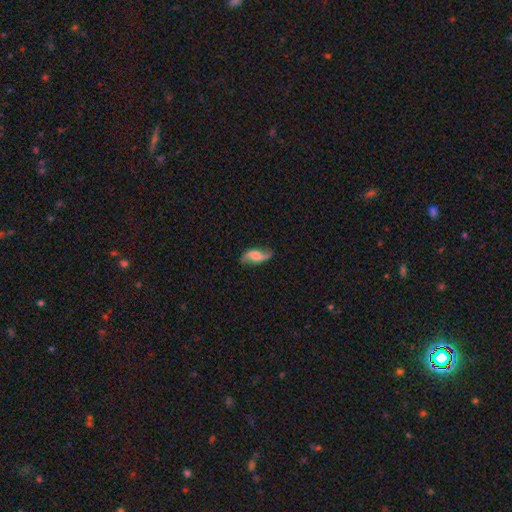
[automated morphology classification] featured or disk 67%, smooth 25%, star or artifact 7%. Down the decision tree: edge-on disk — no (93%); bar — no (49%); spiral arms — yes (93%); spiral arm count — 2 (91%); spiral winding — loose (79%); bulge size — moderate (31%); merging — none (74%).